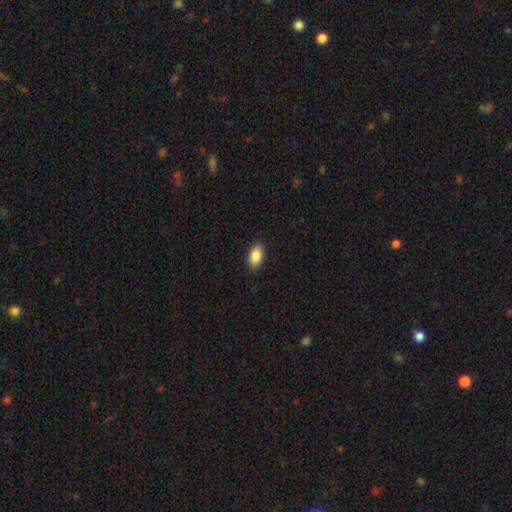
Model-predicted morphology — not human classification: This is clearly a smooth galaxy (89%). How rounded: clearly in between (93%). Merging: clearly none (89%).